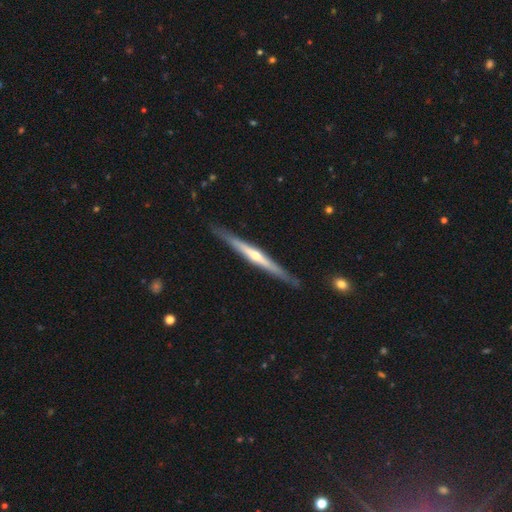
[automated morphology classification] This appears to be a featured or disk galaxy (72%) viewed edge-on (97%) with a rounded central bulge (77%). Merging: none (87%).